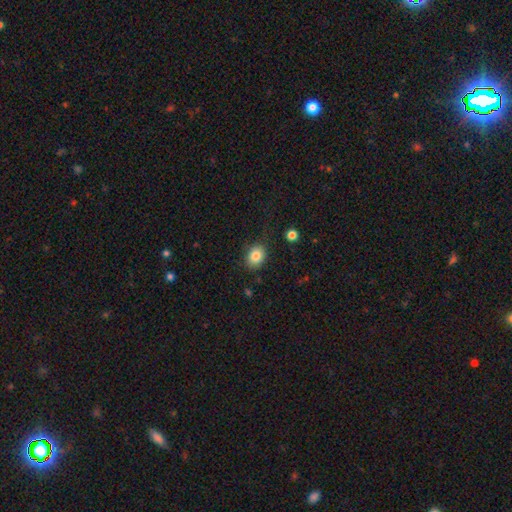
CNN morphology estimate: A smooth galaxy with no disk features (83%) that is in between round and cigar-shaped (54%). Merging: none (82%).